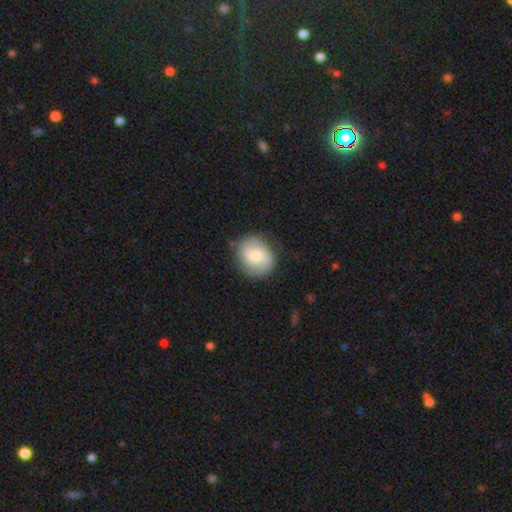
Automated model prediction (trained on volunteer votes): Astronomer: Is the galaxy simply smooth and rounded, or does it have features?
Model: smooth — 53% (runner-up: featured or disk, 40%).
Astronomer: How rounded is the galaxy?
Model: round — 68%.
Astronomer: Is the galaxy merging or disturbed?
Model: none — 78%.